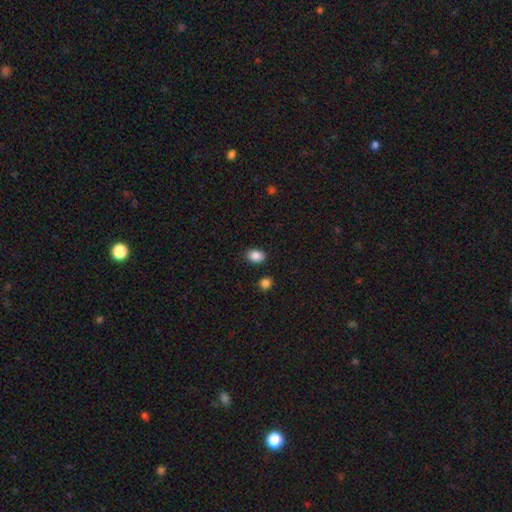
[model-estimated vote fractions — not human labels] smooth-or-featured: smooth: 87% | star or artifact: 9% | featured or disk: 4%
  how-rounded: in between: 76% | round: 23% | cigar-shaped: 1%
  merging: none: 85% | minor disturbance: 9% | merger: 3% | major disturbance: 2%